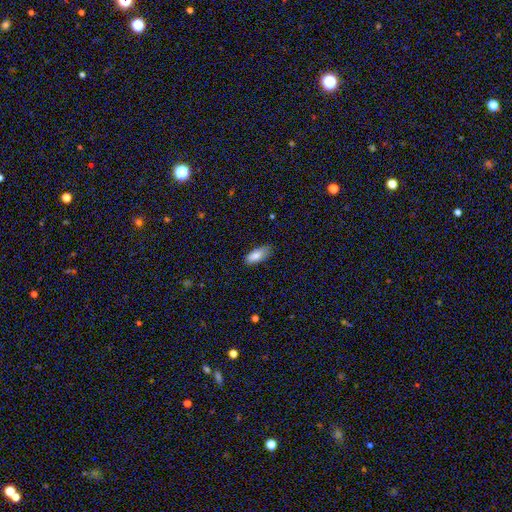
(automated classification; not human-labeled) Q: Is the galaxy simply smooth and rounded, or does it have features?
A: smooth — 83%.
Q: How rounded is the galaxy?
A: in between — 81%.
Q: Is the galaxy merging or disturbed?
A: none — 78%.